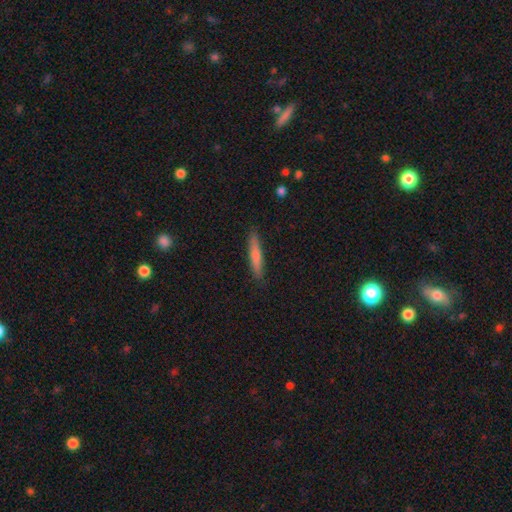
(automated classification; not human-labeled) smooth_or_featured: smooth (p=0.72) [alt: featured or disk p=0.22]
how_rounded: cigar-shaped (p=0.91) [alt: in between p=0.08]
merging: none (p=0.88) [alt: minor disturbance p=0.09]